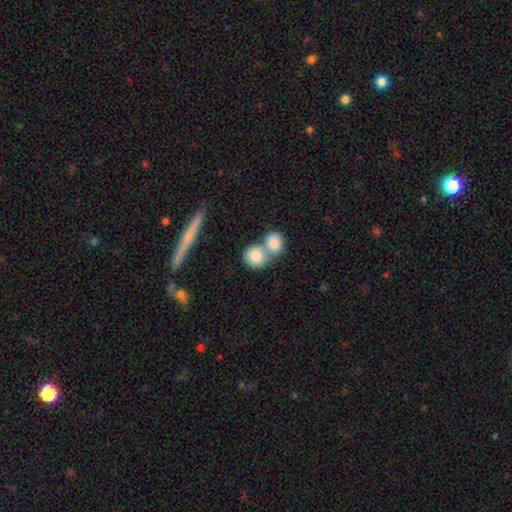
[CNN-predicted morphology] type=smooth (81%); roundness=round (78%); merging=merger (54%).